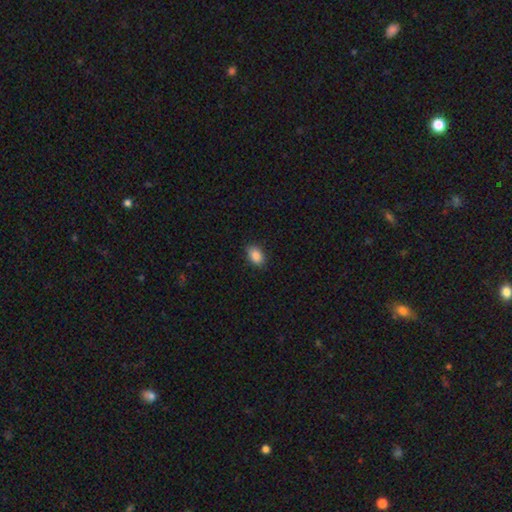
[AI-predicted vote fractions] smooth 88%, star or artifact 8%, featured or disk 4%. Down the decision tree: how rounded — in between (84%); merging — none (85%).